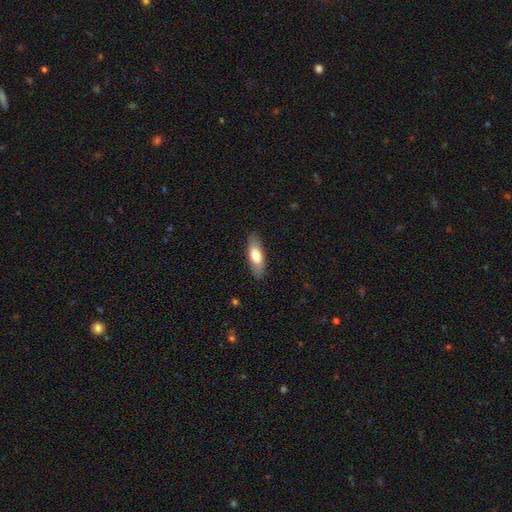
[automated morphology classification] type=smooth (70%); roundness=in between (67%); merging=none (87%).